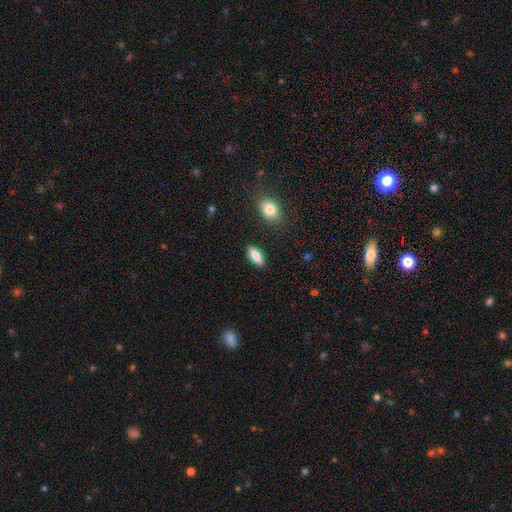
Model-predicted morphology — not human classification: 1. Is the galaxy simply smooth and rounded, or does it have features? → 81% smooth, 13% featured or disk, 6% star or artifact.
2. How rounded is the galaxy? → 82% in between, 15% cigar-shaped, 3% round.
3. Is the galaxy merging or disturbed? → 88% none, 8% minor disturbance, 2% major disturbance, 2% merger.